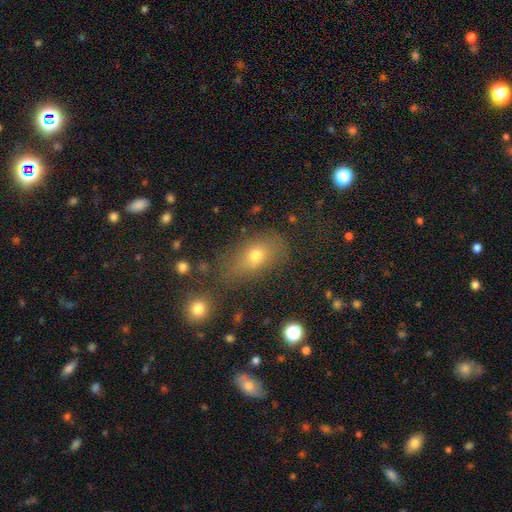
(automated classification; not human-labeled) The model was most divided on "merging": none: 64%, minor disturbance: 18%, major disturbance: 10%, merger: 8%. More confident: how rounded — in between (73%); smooth or featured — smooth (68%).